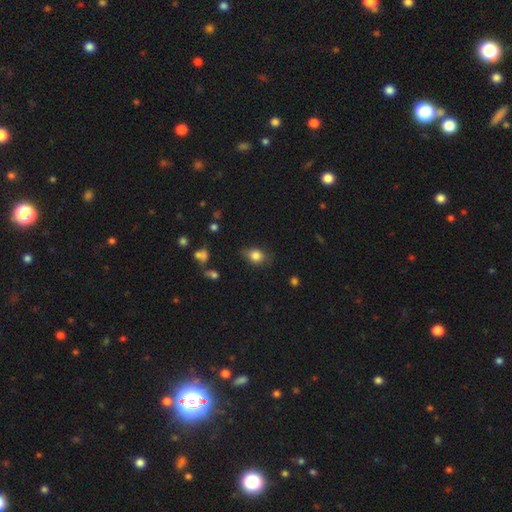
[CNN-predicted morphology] Overall: smooth (81%). How rounded: in between (64%; round 34%). Merging: none (70%).